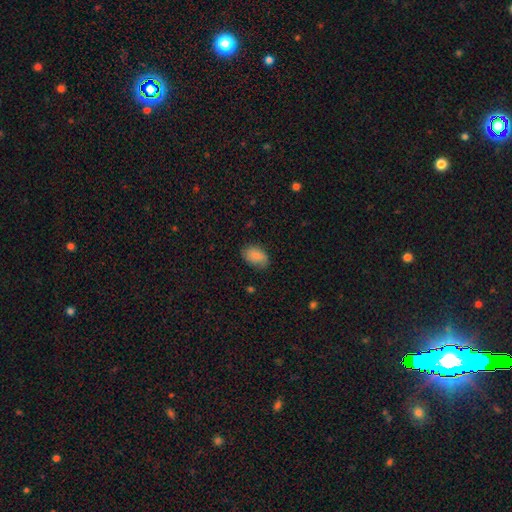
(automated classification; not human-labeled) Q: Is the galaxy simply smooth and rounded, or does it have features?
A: smooth — 86%.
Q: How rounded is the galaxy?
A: in between — 89%.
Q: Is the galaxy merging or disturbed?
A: none — 79%.